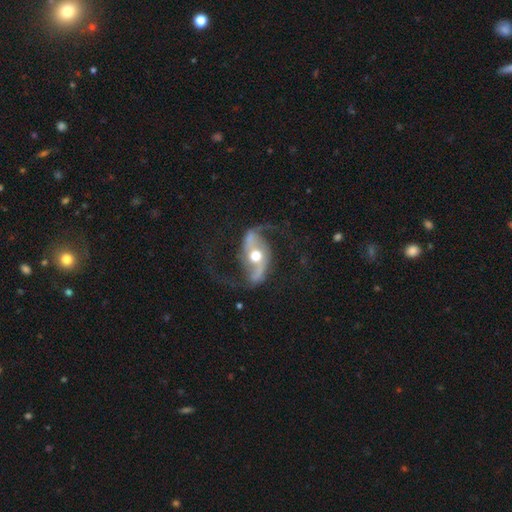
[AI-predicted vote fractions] A featured or disk galaxy (89%) with no bar (46%), 2 (94%) loose (71%) spiral arms (96%) and a moderate central bulge (73%). Merging: none (69%).